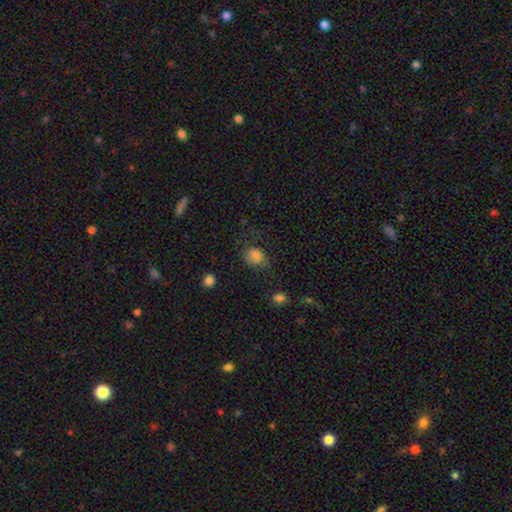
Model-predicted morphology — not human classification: smooth 80%, star or artifact 12%, featured or disk 7%. Down the decision tree: how rounded — in between (55%); merging — none (51%).